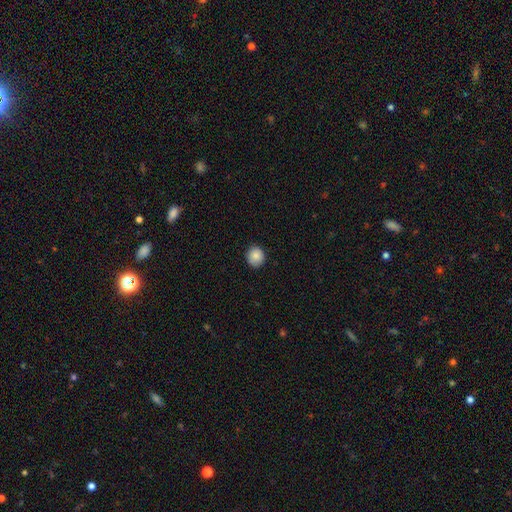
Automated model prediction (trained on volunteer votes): The model was most divided on "how rounded": round: 86%, in between: 13%, cigar-shaped: 1%. More confident: merging — none (89%); smooth or featured — smooth (86%).